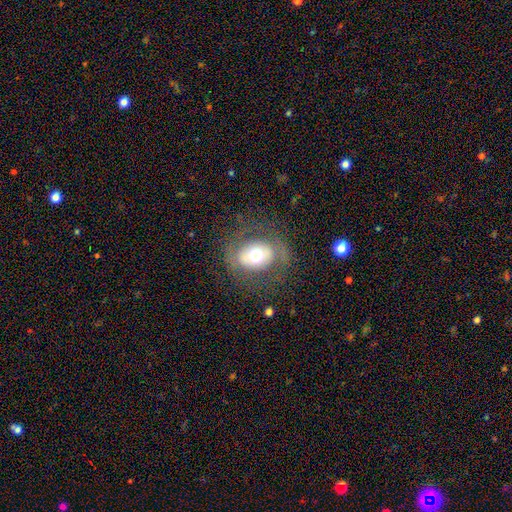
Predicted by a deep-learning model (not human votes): A smooth galaxy with no disk features (48%). Merging: none (72%).